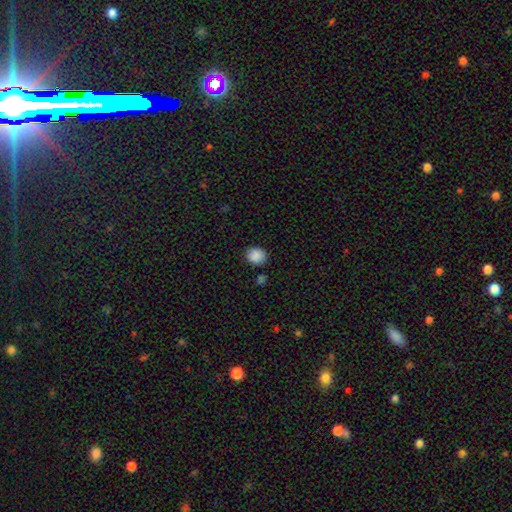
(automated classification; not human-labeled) Overall: smooth (88%). How rounded: round (71%). Merging: none (84%).